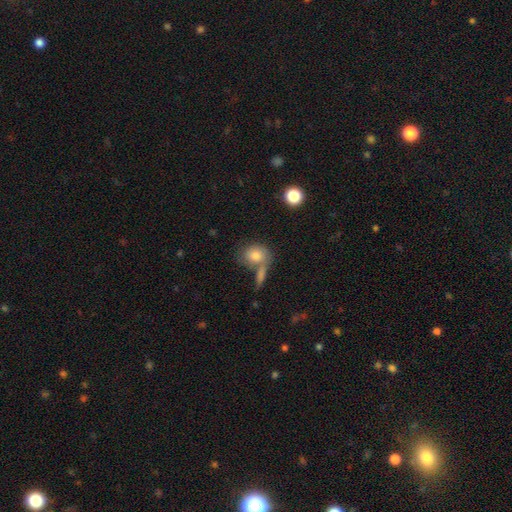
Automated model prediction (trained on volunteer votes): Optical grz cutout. It shows a smooth galaxy with no disk features (78%) that is round (52%). Merging: none (46%).